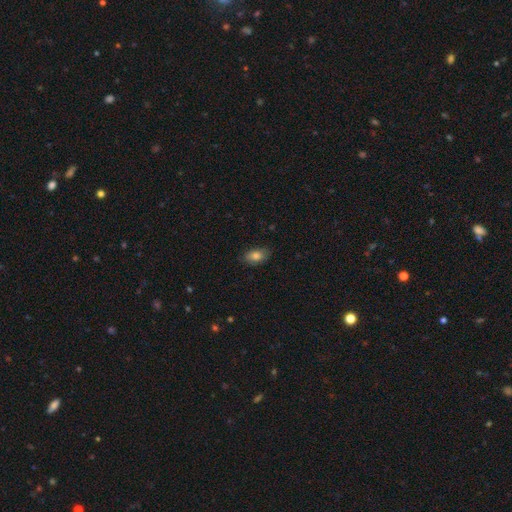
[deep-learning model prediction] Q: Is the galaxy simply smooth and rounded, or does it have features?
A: smooth — 81%.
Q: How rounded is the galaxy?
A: in between — 90%.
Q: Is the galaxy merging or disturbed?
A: none — 81%.